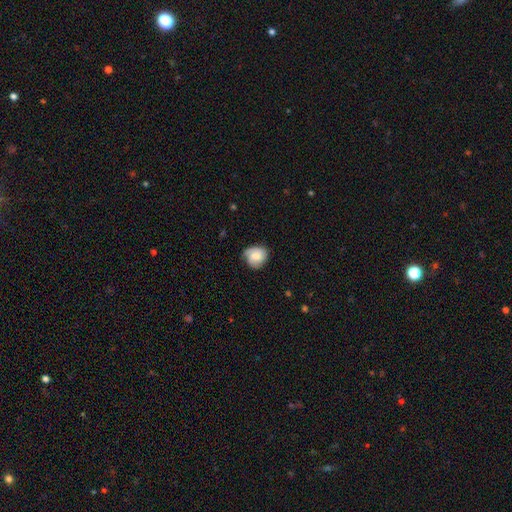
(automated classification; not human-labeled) Smooth or featured? Predicted: smooth (p=0.59). How rounded? Predicted: round (p=0.72). Merging? Predicted: none (p=0.62).